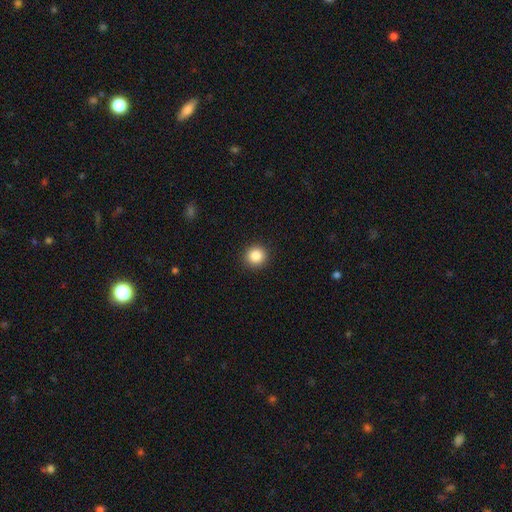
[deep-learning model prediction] Morphology: type=smooth (86%); roundness=round (93%); merging=none (93%).